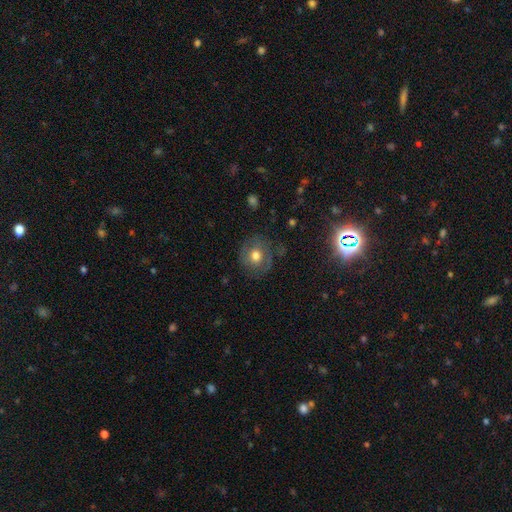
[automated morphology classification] A smooth galaxy with no disk features (59%) that is round (83%).

Vote fractions:
- Smooth or featured? smooth: 59% / featured or disk: 30% / star or artifact: 11%
- How rounded? round: 83% / in between: 16% / cigar-shaped: 1%
- Merging? none: 76% / minor disturbance: 15% / major disturbance: 7% / merger: 1%